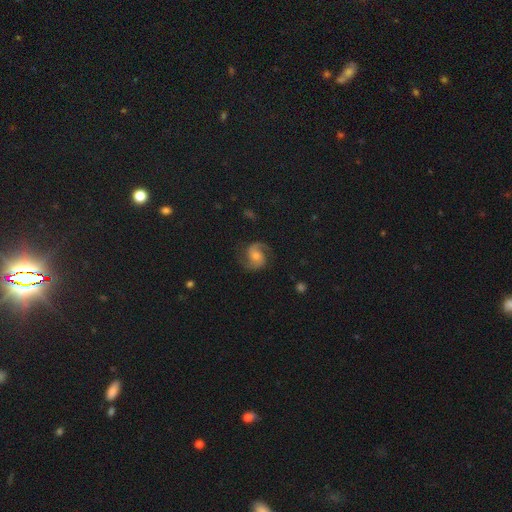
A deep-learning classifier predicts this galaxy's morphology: featured or disk 85%, smooth 8%, star or artifact 7%. Down the decision tree: edge-on disk — no (98%); bar — no (54%); spiral arms — yes (98%); spiral arm count — 2 (92%); spiral winding — medium (56%); bulge size — moderate (53%); merging — none (80%).